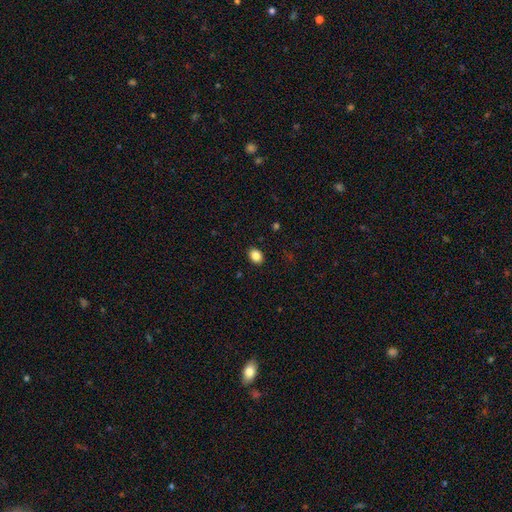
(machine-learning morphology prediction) smooth-or-featured: smooth: 86% | star or artifact: 9% | featured or disk: 5%
  how-rounded: in between: 70% | round: 29% | cigar-shaped: 1%
  merging: none: 90% | minor disturbance: 7% | major disturbance: 2% | merger: 1%